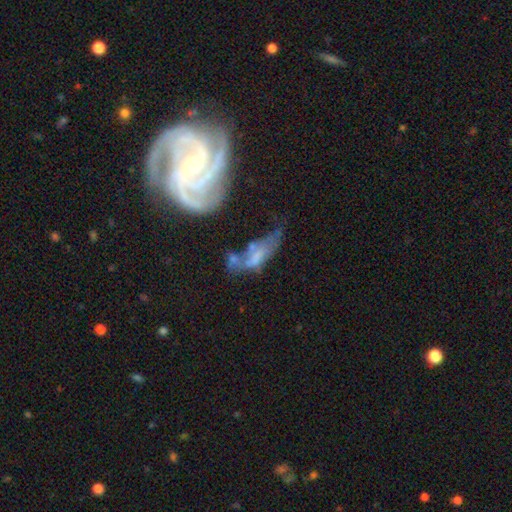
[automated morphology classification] A featured or disk galaxy (48%).

Vote fractions:
- Smooth or featured? featured or disk: 48% / smooth: 39% / star or artifact: 13%
- Merging? major disturbance: 34% / merger: 25% / none: 23% / minor disturbance: 19%